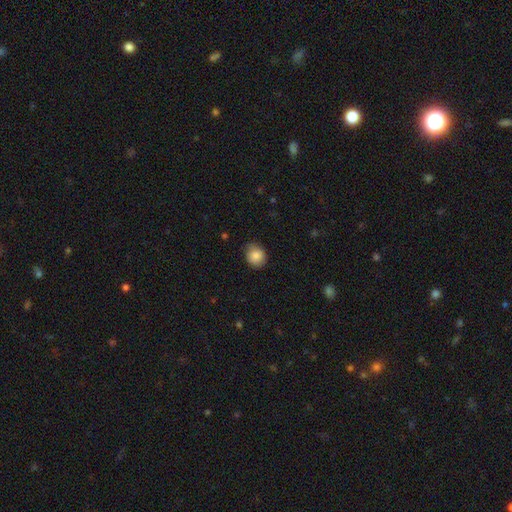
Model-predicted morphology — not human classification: type=smooth (85%); roundness=round (71%); merging=none (77%).